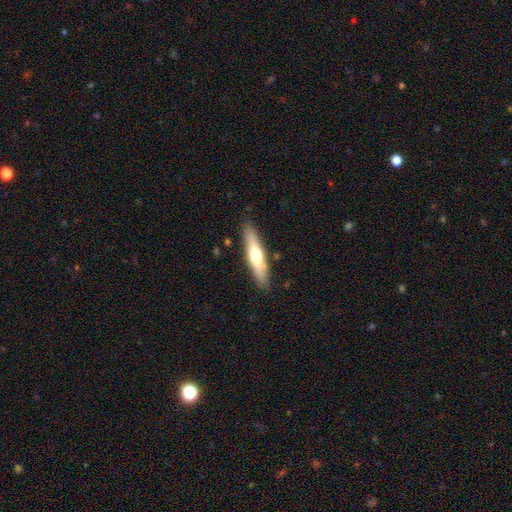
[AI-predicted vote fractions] This is possibly a smooth galaxy (51%). How rounded: likely cigar-shaped (80%). Merging: clearly none (86%).